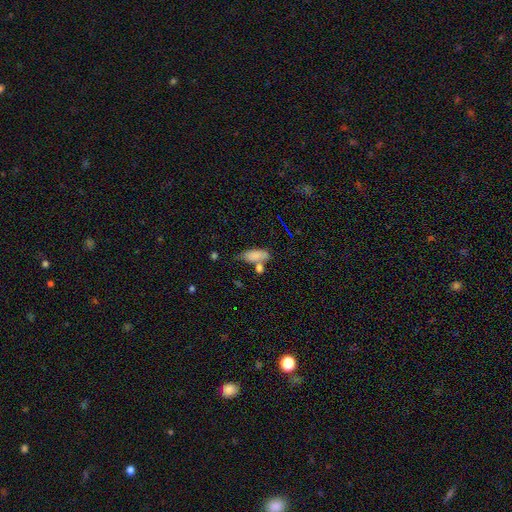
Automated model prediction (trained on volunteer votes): This is likely a smooth galaxy (80%). How rounded: likely in between (75%). Merging: possibly none (48%).